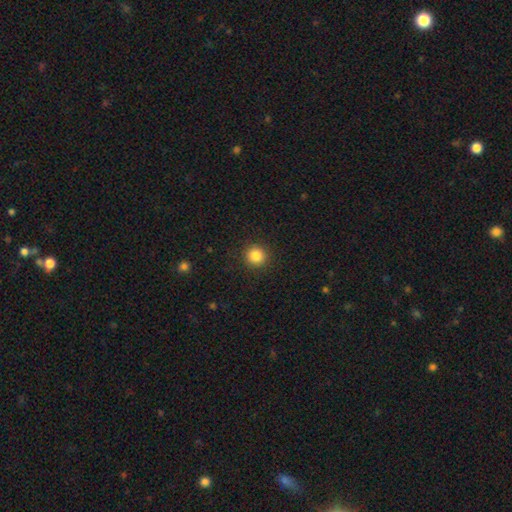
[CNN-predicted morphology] Smooth or featured? Predicted: smooth (p=0.85). How rounded? Predicted: round (p=0.93). Merging? Predicted: none (p=0.91).